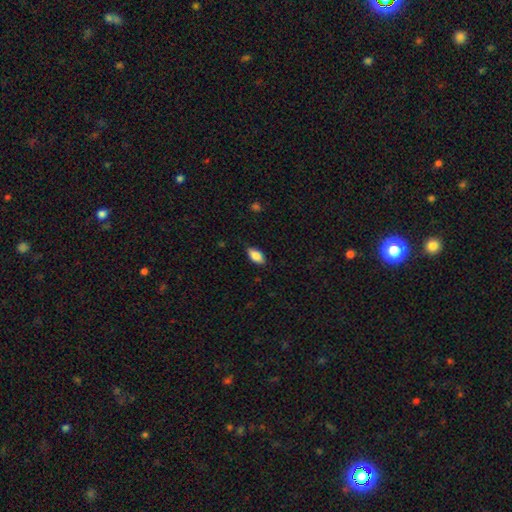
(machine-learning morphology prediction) smooth-or-featured: smooth: 84% | featured or disk: 9% | star or artifact: 7%
  how-rounded: in between: 90% | cigar-shaped: 7% | round: 3%
  merging: none: 83% | minor disturbance: 14% | major disturbance: 3% | merger: 1%